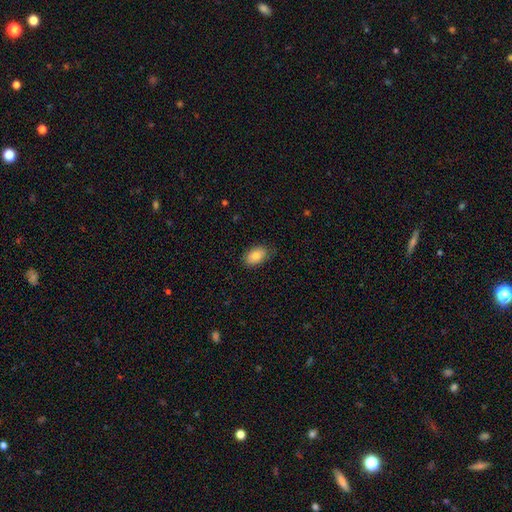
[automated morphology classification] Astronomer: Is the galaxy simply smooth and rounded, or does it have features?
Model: smooth — 82%.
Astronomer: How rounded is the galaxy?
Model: in between — 90%.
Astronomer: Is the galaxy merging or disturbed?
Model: none — 79%.